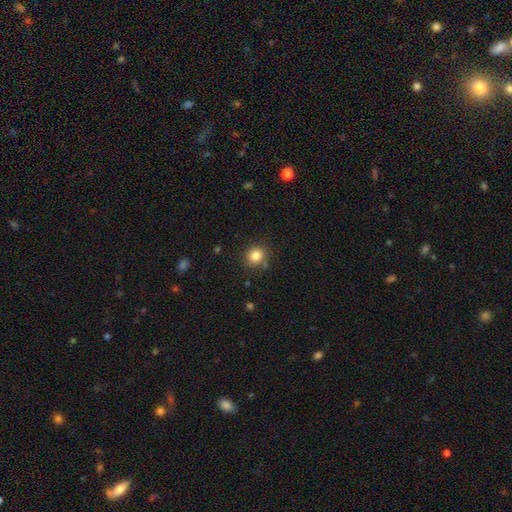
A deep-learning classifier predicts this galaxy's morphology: Smooth or featured? Predicted: smooth (p=0.84). How rounded? Predicted: round (p=0.87). Merging? Predicted: none (p=0.84).